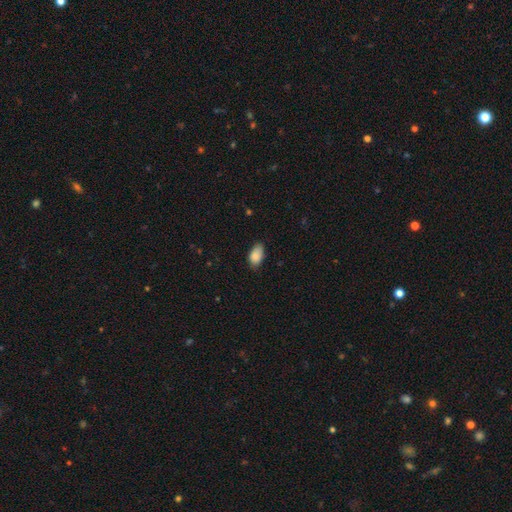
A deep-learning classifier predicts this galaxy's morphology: Smooth or featured?
  - smooth: 88% *
  - star or artifact: 7%
  - featured or disk: 5%
How rounded?
  - in between: 92% *
  - round: 5%
  - cigar-shaped: 2%
Merging?
  - none: 72% *
  - minor disturbance: 23%
  - major disturbance: 3%
  - merger: 1%